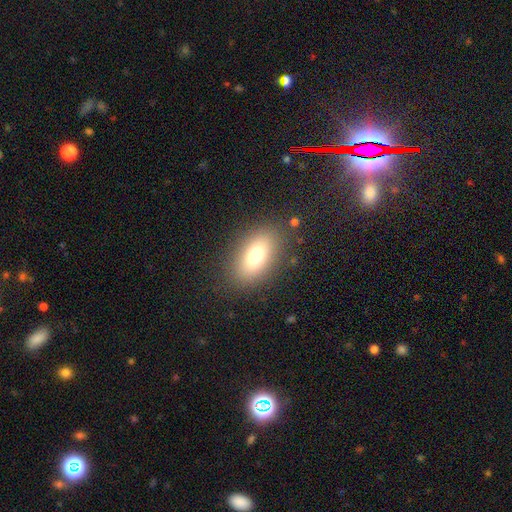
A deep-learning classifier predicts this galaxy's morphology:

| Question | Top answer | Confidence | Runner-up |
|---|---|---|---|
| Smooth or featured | smooth | 72% | featured or disk (16%) |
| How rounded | in between | 84% | round (13%) |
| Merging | none | 84% | minor disturbance (10%) |